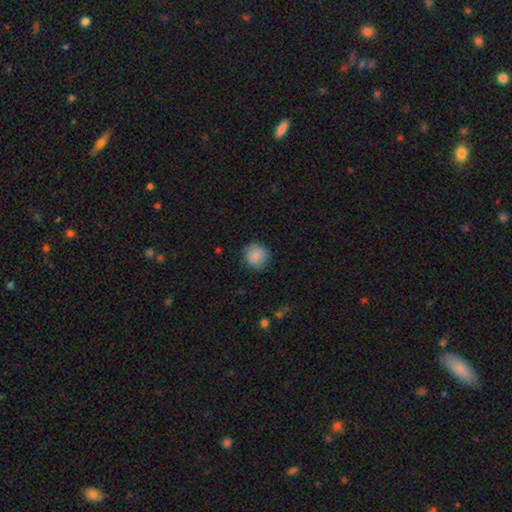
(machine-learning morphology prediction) Smooth or featured? Predicted: smooth (p=0.87). How rounded? Predicted: round (p=0.93). Merging? Predicted: none (p=0.86).